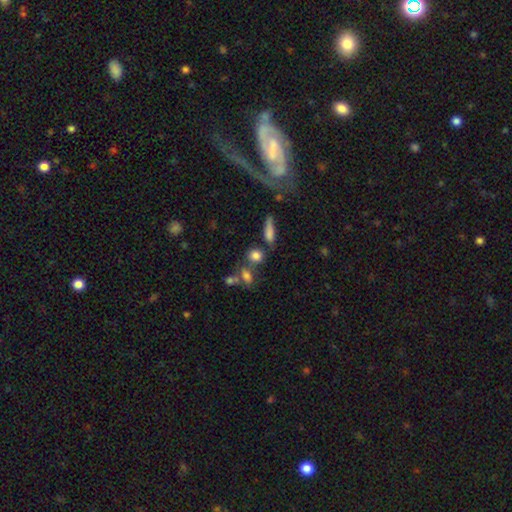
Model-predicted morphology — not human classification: This appears to be a smooth galaxy with no disk features (77%) that is round (52%). Merging: none (55%).